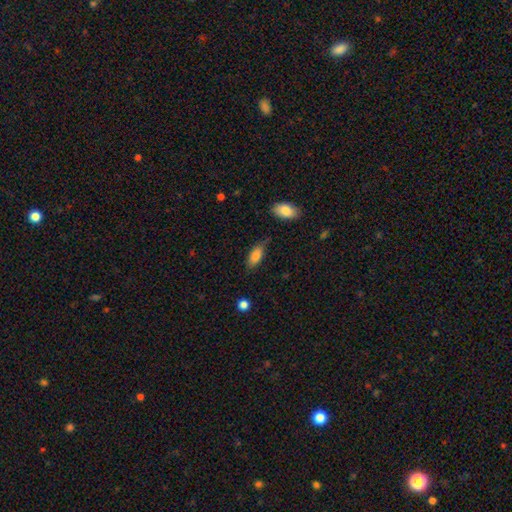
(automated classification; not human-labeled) smooth_or_featured: smooth (p=0.83) [alt: featured or disk p=0.10]
how_rounded: in between (p=0.84) [alt: cigar-shaped p=0.14]
merging: none (p=0.70) [alt: minor disturbance p=0.21]